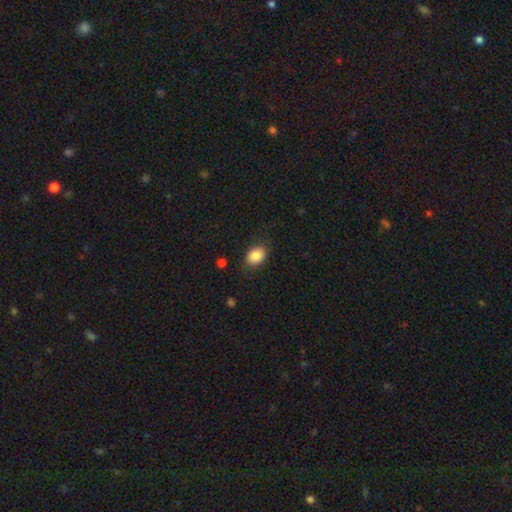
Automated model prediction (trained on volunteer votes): smooth_or_featured: smooth (p=0.87) [alt: star or artifact p=0.08]
how_rounded: in between (p=0.71) [alt: round p=0.28]
merging: none (p=0.82) [alt: minor disturbance p=0.13]